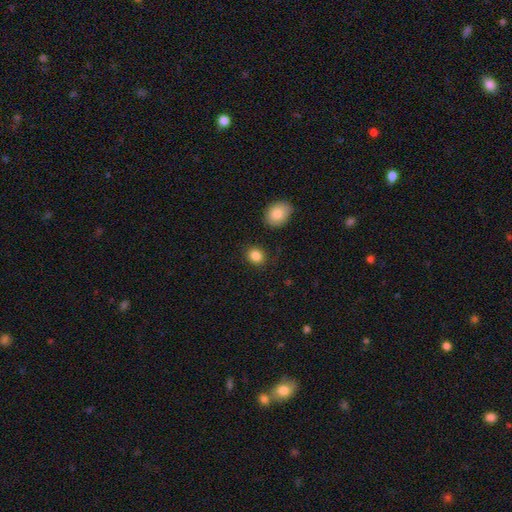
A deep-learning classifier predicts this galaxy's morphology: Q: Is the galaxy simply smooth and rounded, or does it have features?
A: smooth — 86%.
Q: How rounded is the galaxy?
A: round — 63%.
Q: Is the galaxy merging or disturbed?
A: none — 86%.